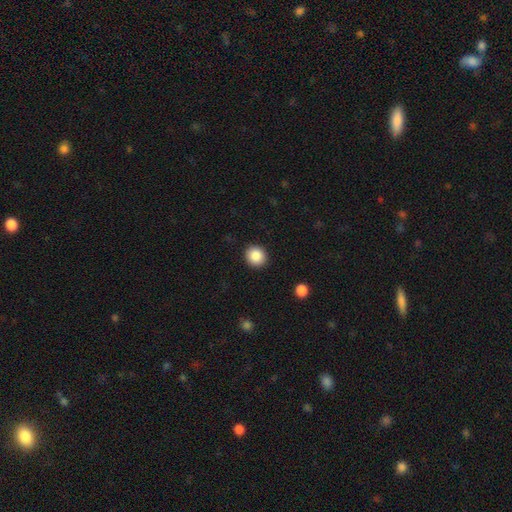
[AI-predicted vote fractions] smooth 87%, star or artifact 9%, featured or disk 4%. Down the decision tree: how rounded — round (88%); merging — none (91%).